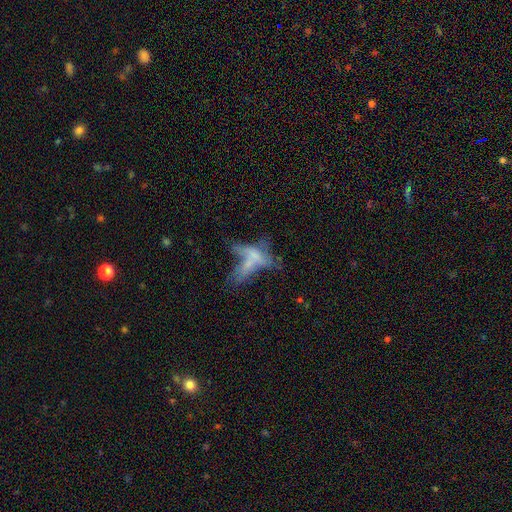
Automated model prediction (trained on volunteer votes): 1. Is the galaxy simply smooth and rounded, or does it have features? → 43% smooth (tied), 43% featured or disk (tied), 14% star or artifact.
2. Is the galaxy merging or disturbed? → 46% merger, 25% major disturbance, 19% none, 11% minor disturbance.